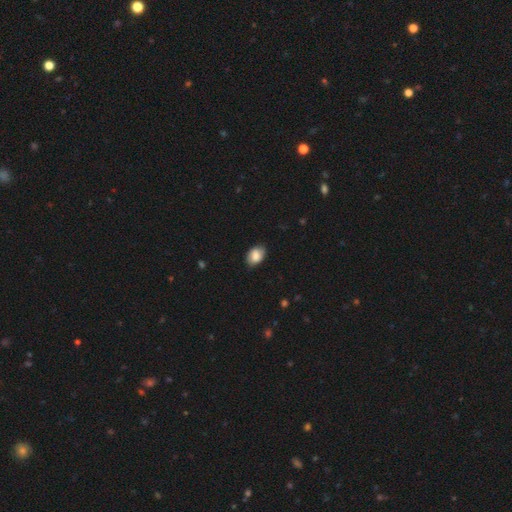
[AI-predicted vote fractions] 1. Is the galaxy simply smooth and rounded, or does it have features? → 82% smooth, 11% featured or disk, 7% star or artifact.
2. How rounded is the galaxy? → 80% in between, 19% round, 1% cigar-shaped.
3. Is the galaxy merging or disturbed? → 80% none, 16% minor disturbance, 3% major disturbance, 1% merger.